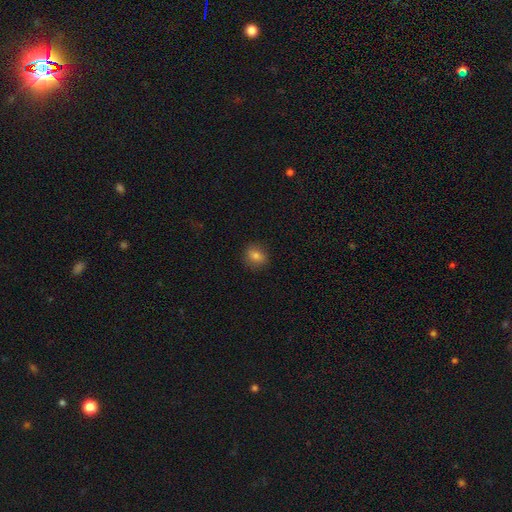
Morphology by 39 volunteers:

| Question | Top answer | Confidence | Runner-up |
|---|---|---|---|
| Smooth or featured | smooth | 95% | featured or disk (3%) |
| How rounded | in between | 51% | round (49%) |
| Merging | none | 84% | minor disturbance (11%) |